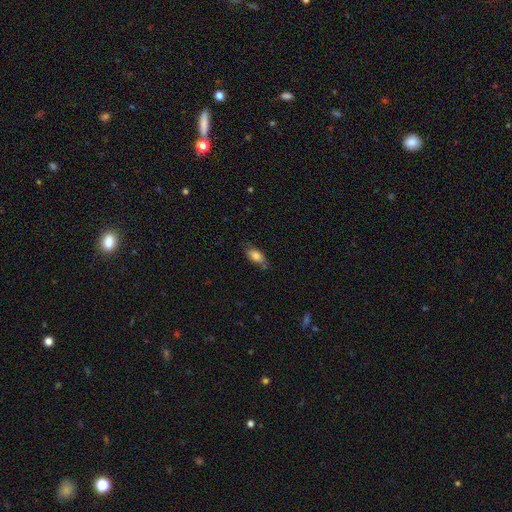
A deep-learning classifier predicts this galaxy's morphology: smooth 79%, featured or disk 13%, star or artifact 8%. Down the decision tree: how rounded — in between (86%); merging — none (67%).